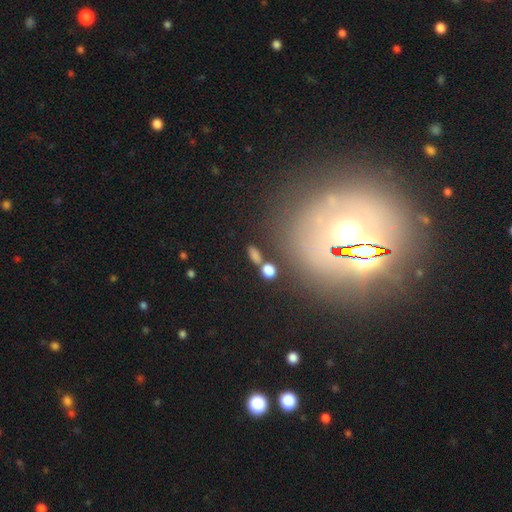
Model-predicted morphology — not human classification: Smooth or featured?
  - smooth: 60% *
  - star or artifact: 25%
  - featured or disk: 15%
How rounded?
  - in between: 69% *
  - round: 19%
  - cigar-shaped: 12%
Merging?
  - none: 74% *
  - minor disturbance: 11%
  - merger: 9%
  - major disturbance: 6%